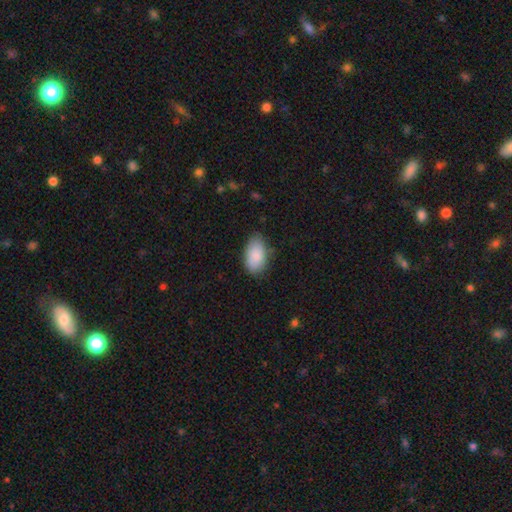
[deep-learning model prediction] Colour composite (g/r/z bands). It shows a smooth galaxy with no disk features (86%) that is in between round and cigar-shaped (94%). Merging: none (75%).